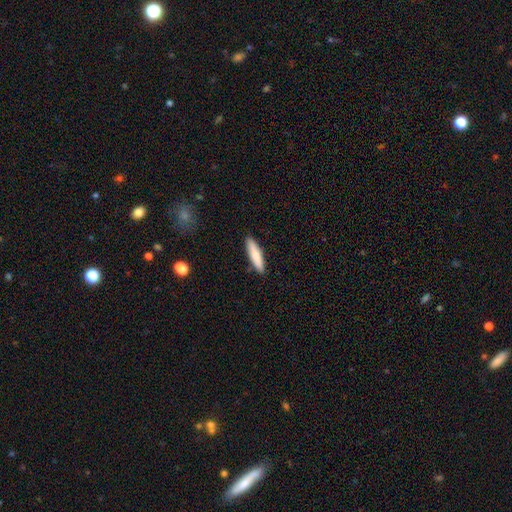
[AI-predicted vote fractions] A smooth galaxy with no disk features (80%) that is cigar-shaped (78%). Merging: none (89%).